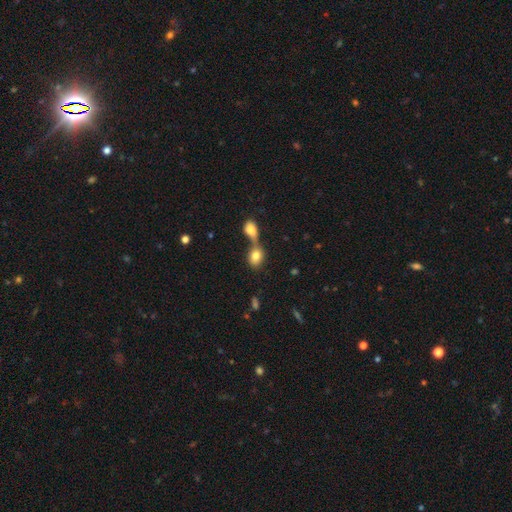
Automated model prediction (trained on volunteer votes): Overall: smooth (80%). How rounded: in between (58%; round 40%). Merging: merger (63%; none 26%).